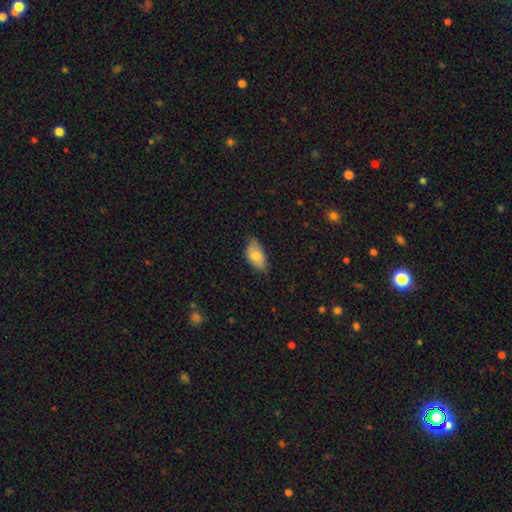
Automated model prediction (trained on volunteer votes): This appears to be a smooth galaxy with no disk features (78%) that is in between round and cigar-shaped (93%). Merging: none (63%).